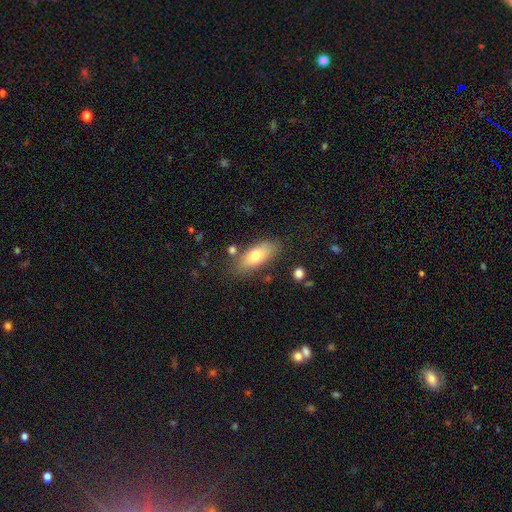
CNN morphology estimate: The model was most divided on "smooth or featured": smooth: 73%, featured or disk: 20%, star or artifact: 7%. More confident: how rounded — in between (79%); merging — none (77%).